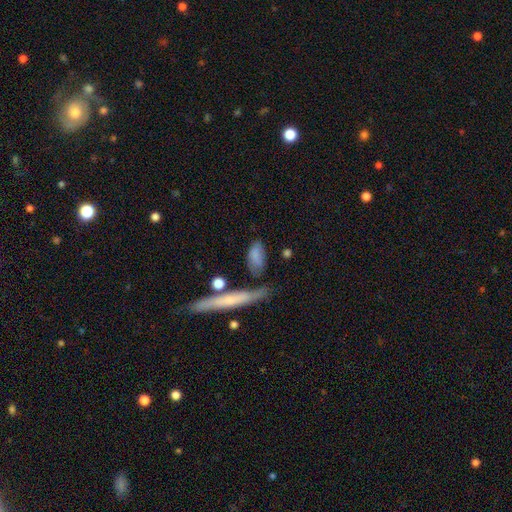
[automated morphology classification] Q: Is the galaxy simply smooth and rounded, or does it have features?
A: smooth — 76%.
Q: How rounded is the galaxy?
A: in between — 80%.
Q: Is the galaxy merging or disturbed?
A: none — 55%.